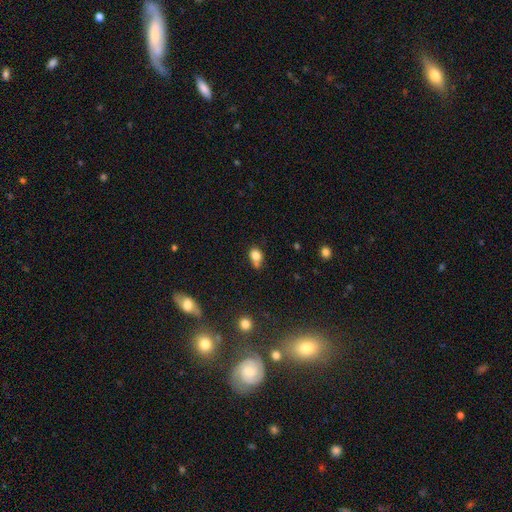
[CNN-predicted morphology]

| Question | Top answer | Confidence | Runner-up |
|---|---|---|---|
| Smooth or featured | smooth | 80% | star or artifact (12%) |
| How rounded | in between | 50% | round (49%) |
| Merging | none | 49% | minor disturbance (22%) |